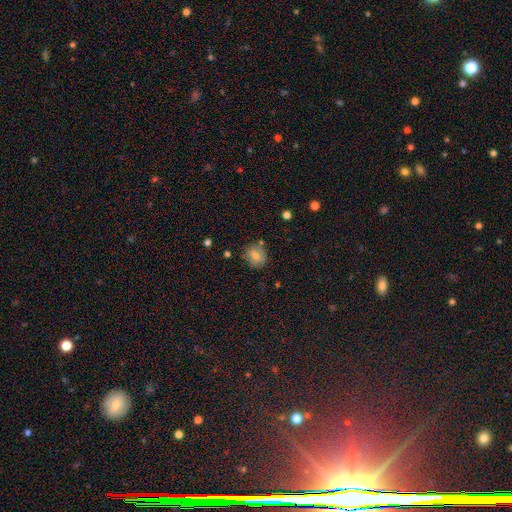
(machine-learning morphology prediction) Smooth or featured? smooth (74%)
How rounded? round (79%)
Merging? none (78%)